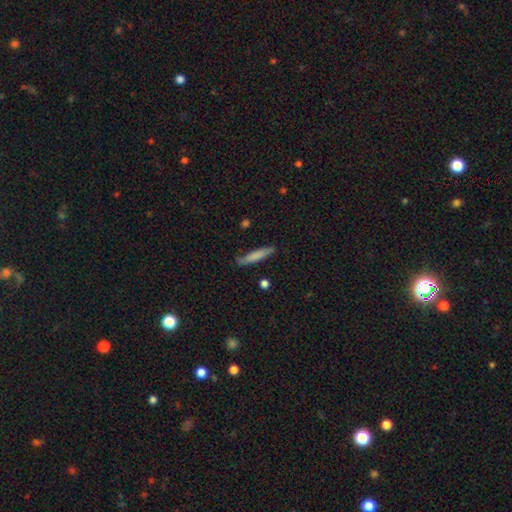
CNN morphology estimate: This appears to be a smooth galaxy with no disk features (75%) that is cigar-shaped (91%). Merging: none (80%).